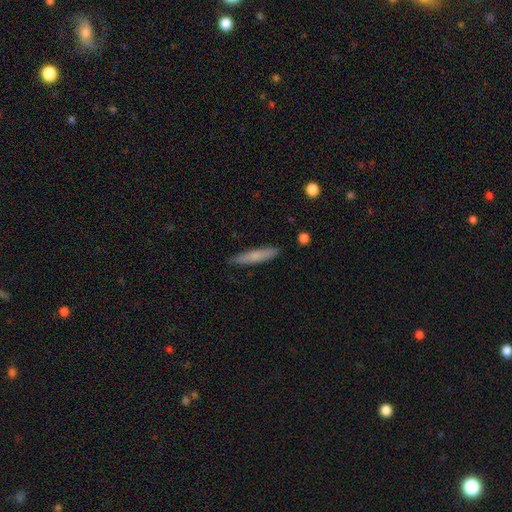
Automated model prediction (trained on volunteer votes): A smooth galaxy with no disk features (71%) that is cigar-shaped (89%). Merging: none (86%).